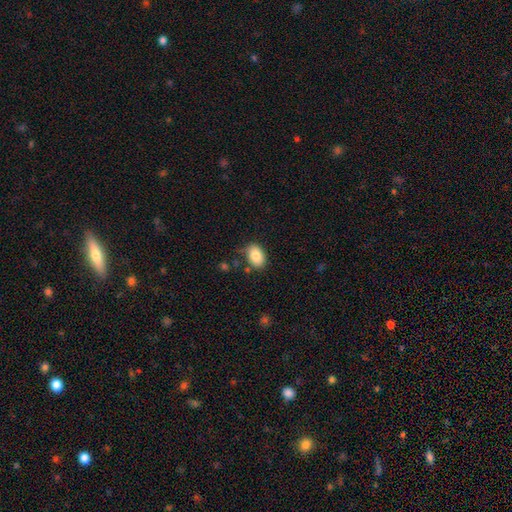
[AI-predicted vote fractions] Morphology: type=smooth (86%); roundness=in between (86%); merging=none (78%).